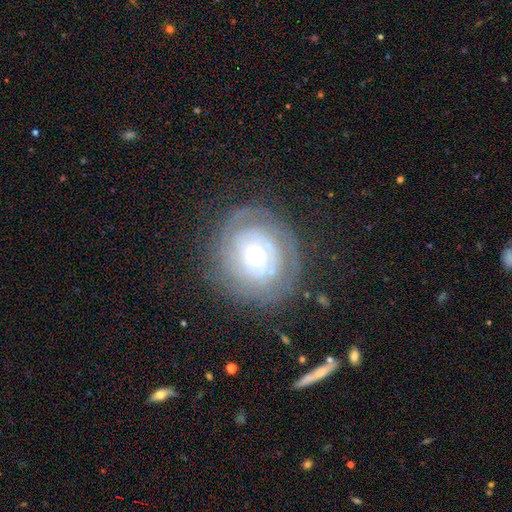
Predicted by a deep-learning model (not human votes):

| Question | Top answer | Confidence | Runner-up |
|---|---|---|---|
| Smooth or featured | featured or disk | 78% | smooth (16%) |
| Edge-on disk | no | 97% | yes (3%) |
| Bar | no | 76% | weak (18%) |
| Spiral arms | yes | 83% | no (17%) |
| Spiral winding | tight | 80% | medium (15%) |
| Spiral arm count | can't tell | 43% | 2 (24%) |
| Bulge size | moderate | 58% | small (35%) |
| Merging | none | 78% | minor disturbance (14%) |